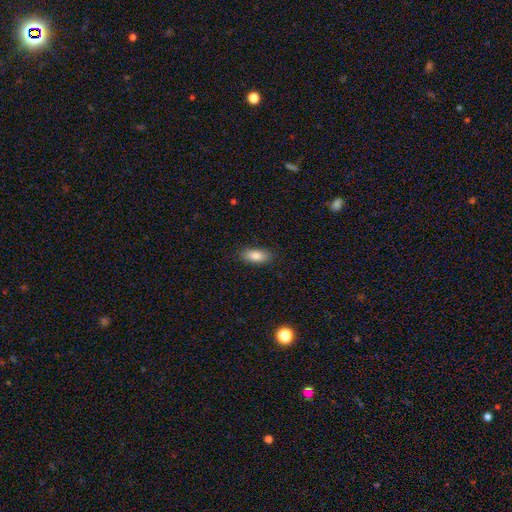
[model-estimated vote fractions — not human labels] This is clearly a smooth galaxy (86%). How rounded: clearly in between (86%). Merging: clearly none (86%).